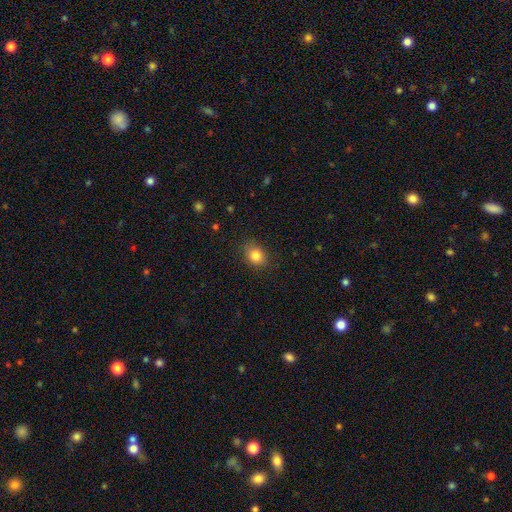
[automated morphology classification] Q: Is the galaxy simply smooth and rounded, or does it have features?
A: smooth — 83%.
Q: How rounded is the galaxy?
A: in between — 57%.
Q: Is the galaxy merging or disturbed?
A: none — 84%.